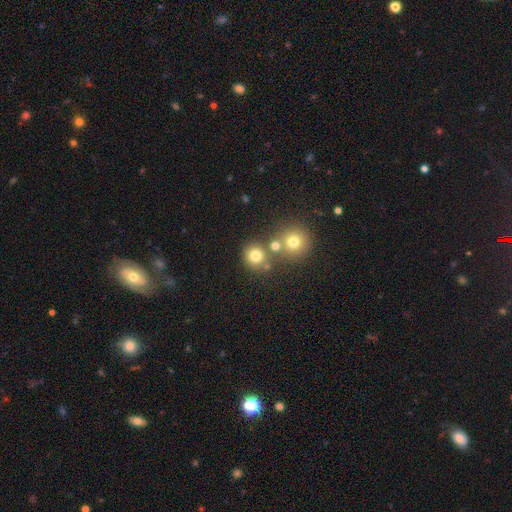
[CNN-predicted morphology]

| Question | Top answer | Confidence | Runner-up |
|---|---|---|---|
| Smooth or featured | smooth | 76% | star or artifact (15%) |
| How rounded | round | 89% | in between (10%) |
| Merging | none | 66% | merger (23%) |